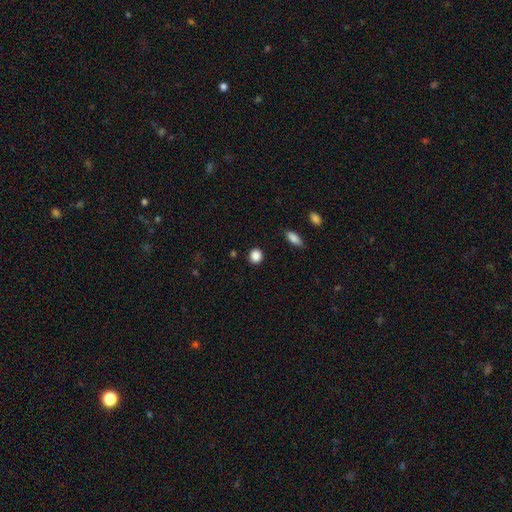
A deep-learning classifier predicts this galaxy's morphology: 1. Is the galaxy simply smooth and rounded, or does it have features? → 87% smooth, 10% star or artifact, 3% featured or disk.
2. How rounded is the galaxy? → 85% round, 14% in between, 1% cigar-shaped.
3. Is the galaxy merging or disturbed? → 90% none, 6% minor disturbance, 2% major disturbance, 2% merger.